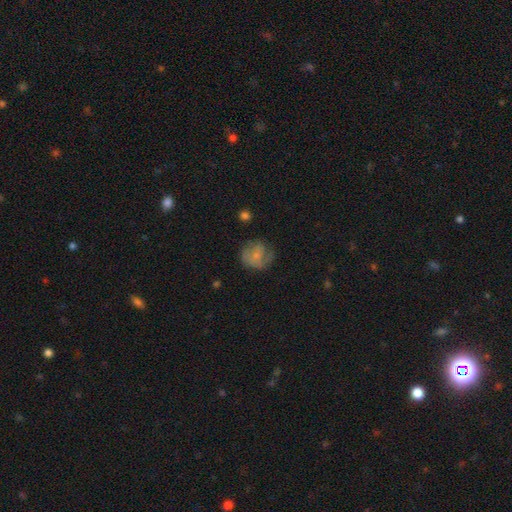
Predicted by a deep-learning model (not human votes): This appears to be a smooth galaxy with no disk features (57%) that is round (80%). Merging: none (56%).